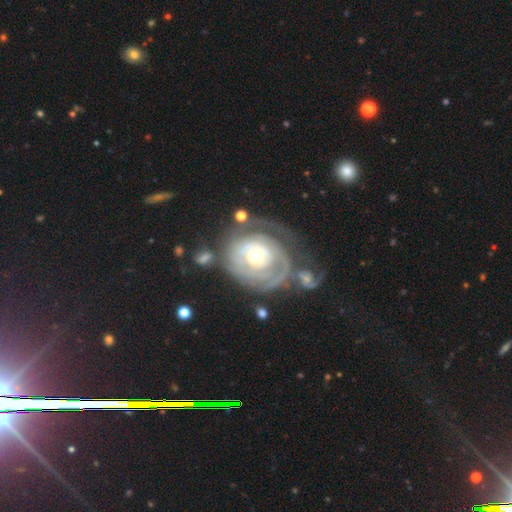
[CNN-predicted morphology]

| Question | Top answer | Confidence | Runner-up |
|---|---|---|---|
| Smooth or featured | featured or disk | 81% | smooth (14%) |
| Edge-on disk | no | 97% | yes (3%) |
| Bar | no | 81% | weak (14%) |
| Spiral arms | yes | 80% | no (20%) |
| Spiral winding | tight | 77% | medium (16%) |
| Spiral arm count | can't tell | 43% | 2 (21%) |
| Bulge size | moderate | 71% | small (14%) |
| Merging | none | 43% | major disturbance (24%) |